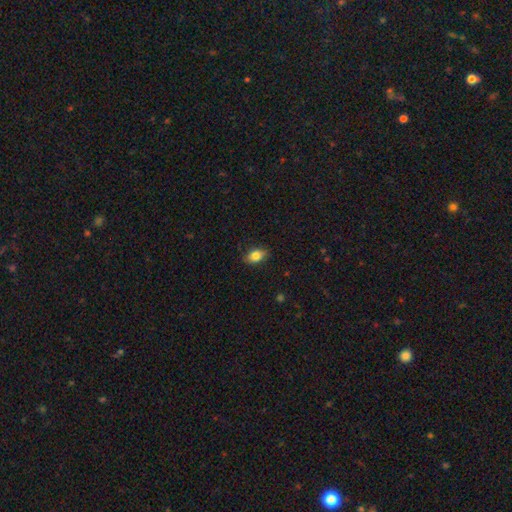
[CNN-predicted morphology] smooth-or-featured: smooth: 83% | featured or disk: 8% | star or artifact: 8%
  how-rounded: in between: 83% | round: 15% | cigar-shaped: 2%
  merging: none: 84% | minor disturbance: 12% | major disturbance: 2% | merger: 1%